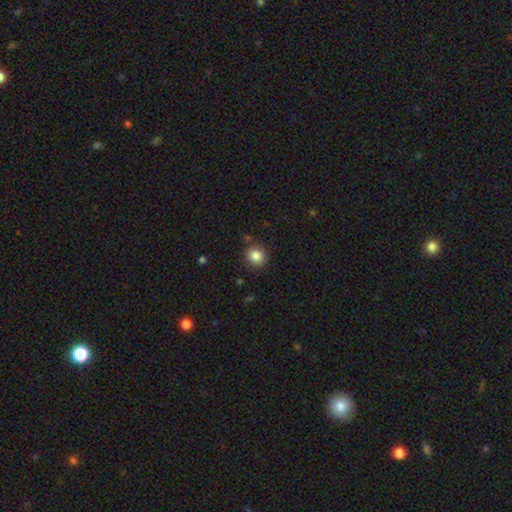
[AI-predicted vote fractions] The model was most divided on "how rounded": round: 81%, in between: 18%, cigar-shaped: 1%. More confident: merging — none (85%); smooth or featured — smooth (85%).